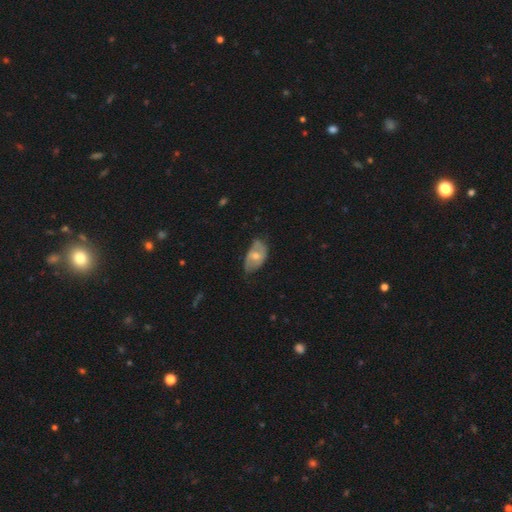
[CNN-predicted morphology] Smooth or featured? Predicted: featured or disk (p=0.49). Merging? Predicted: none (p=0.48).